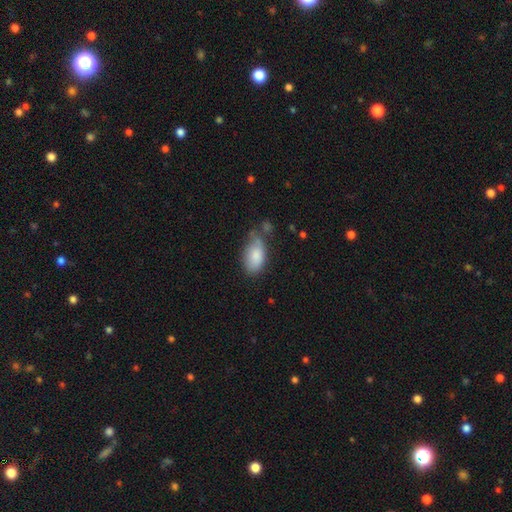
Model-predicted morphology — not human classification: smooth-or-featured: smooth: 83% | featured or disk: 10% | star or artifact: 7%
  how-rounded: in between: 93% | round: 4% | cigar-shaped: 3%
  merging: none: 49% | minor disturbance: 31% | major disturbance: 11% | merger: 9%